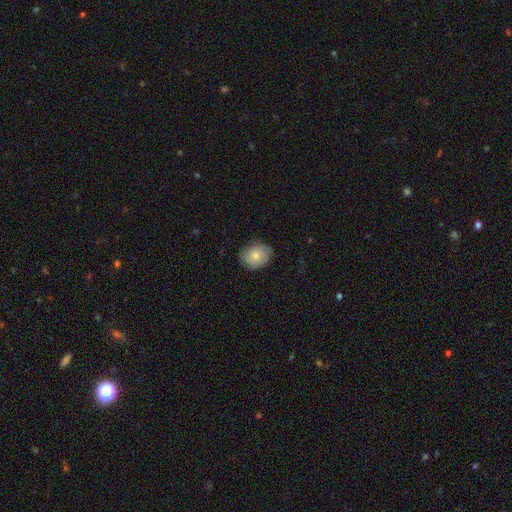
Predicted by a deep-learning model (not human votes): Smooth or featured? smooth (69%)
How rounded? in between (57%)
Merging? none (76%)